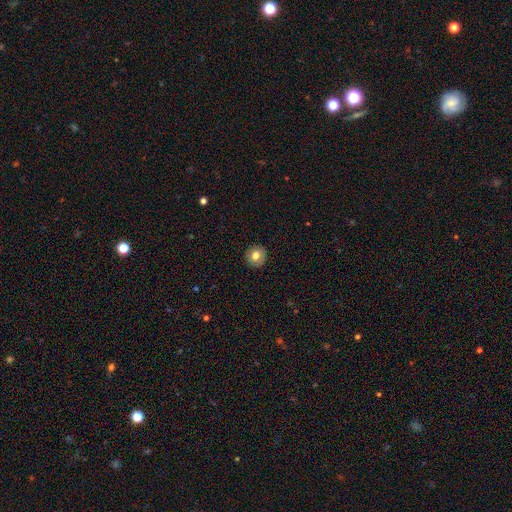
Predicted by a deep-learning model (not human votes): Q: Smooth or featured?
A: smooth (75%); runner-up: featured or disk (16%)
Q: How rounded?
A: round (92%); runner-up: in between (7%)
Q: Merging?
A: none (91%); runner-up: minor disturbance (6%)